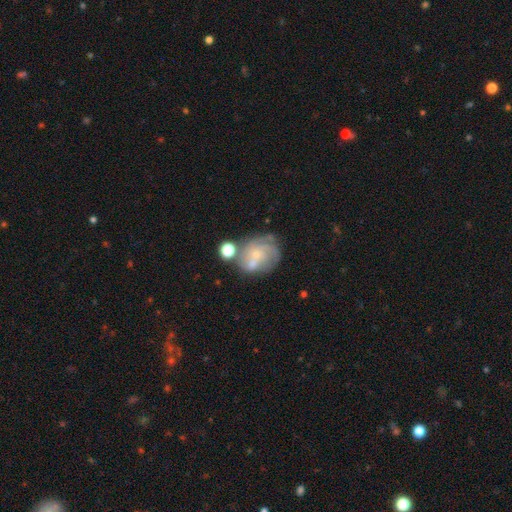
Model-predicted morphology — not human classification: Overall: featured or disk (65%; smooth 25%). Edge-on disk: no (98%). Bar: no (75%). Spiral arms: yes (80%). Spiral arm count: can't tell (39%; 3 24%). Spiral winding: tight (47%; medium 37%). Bulge size: small (75%). Merging: none (46%; minor disturbance 20%).